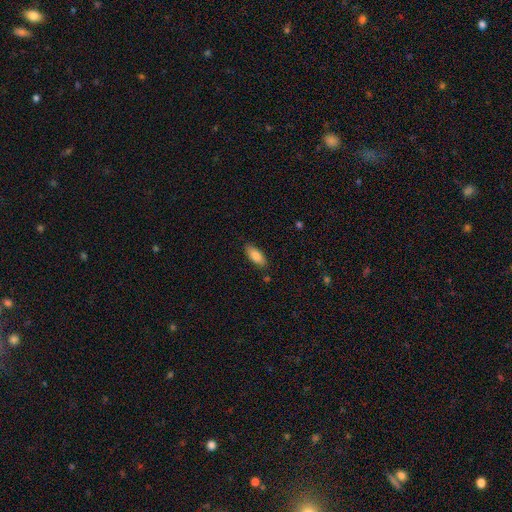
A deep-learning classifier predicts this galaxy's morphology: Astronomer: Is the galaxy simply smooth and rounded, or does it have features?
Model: smooth — 84%.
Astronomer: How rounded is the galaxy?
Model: in between — 83%.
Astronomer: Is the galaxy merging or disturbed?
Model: none — 84%.